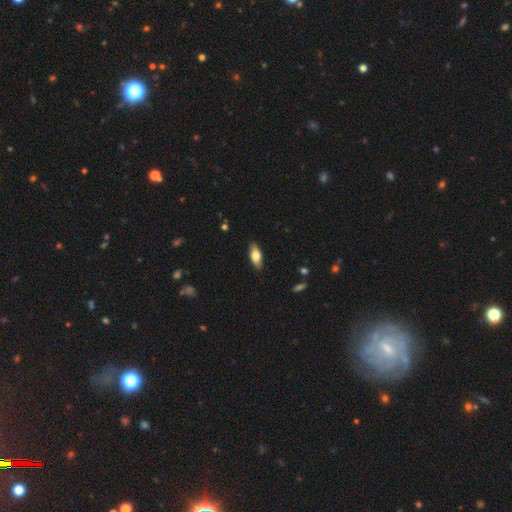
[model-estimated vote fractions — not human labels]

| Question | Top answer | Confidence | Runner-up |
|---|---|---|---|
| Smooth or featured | smooth | 74% | featured or disk (20%) |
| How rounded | in between | 83% | cigar-shaped (15%) |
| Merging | none | 87% | minor disturbance (10%) |